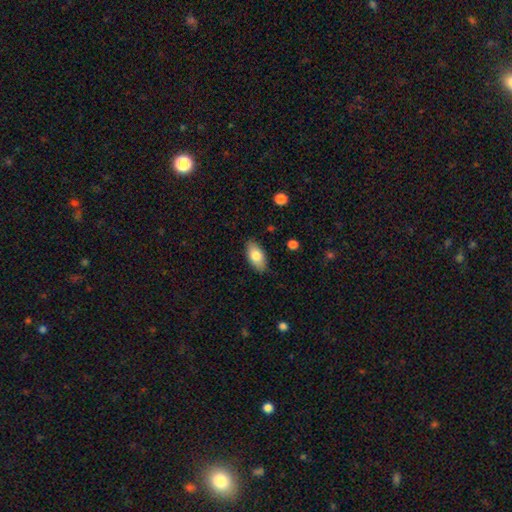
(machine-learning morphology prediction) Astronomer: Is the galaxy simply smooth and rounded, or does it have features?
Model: smooth — 79%.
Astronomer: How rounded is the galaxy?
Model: in between — 92%.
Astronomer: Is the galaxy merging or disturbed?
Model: none — 86%.